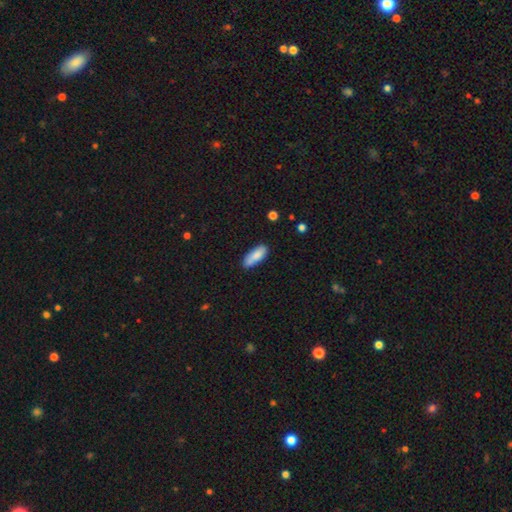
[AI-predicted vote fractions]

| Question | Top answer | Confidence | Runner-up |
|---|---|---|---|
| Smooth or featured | smooth | 84% | featured or disk (10%) |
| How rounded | in between | 73% | cigar-shaped (25%) |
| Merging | none | 77% | minor disturbance (17%) |